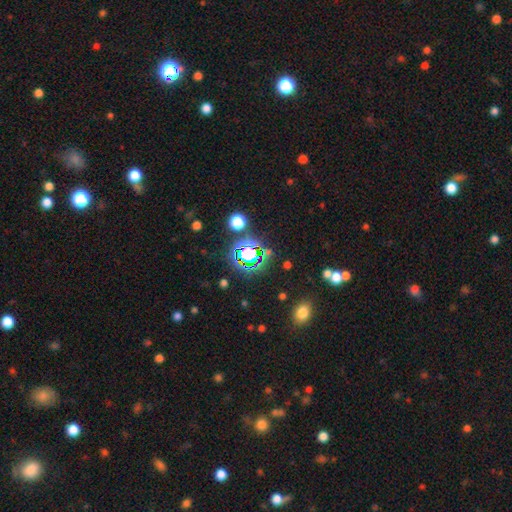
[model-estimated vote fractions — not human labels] Morphology: type=star or artifact (68%).